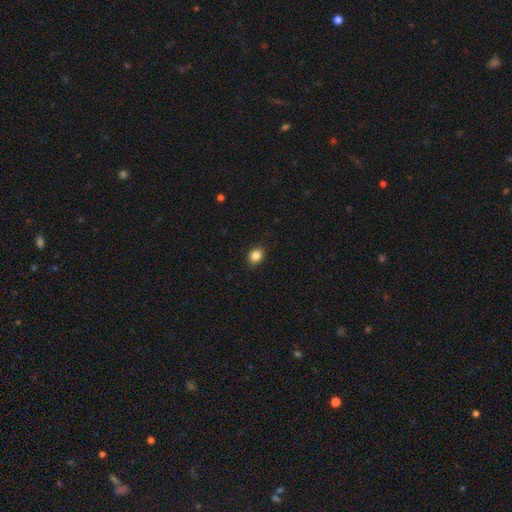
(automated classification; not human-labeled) Smooth or featured?
  - smooth: 85% *
  - star or artifact: 10%
  - featured or disk: 5%
How rounded?
  - in between: 55% *
  - round: 44%
  - cigar-shaped: 1%
Merging?
  - none: 89% *
  - minor disturbance: 9%
  - major disturbance: 2%
  - merger: 1%